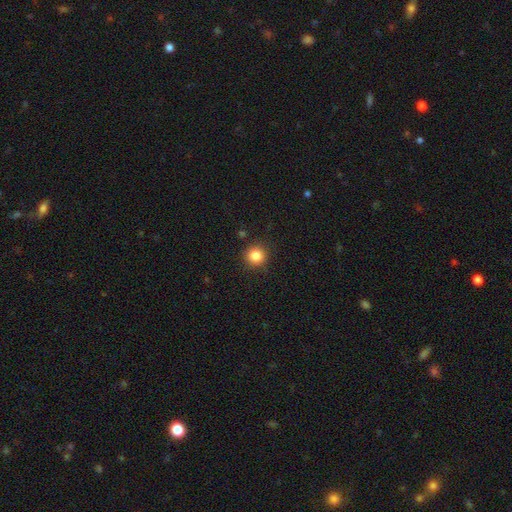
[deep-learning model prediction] This appears to be a smooth galaxy with no disk features (84%) that is round (94%). Merging: none (90%).